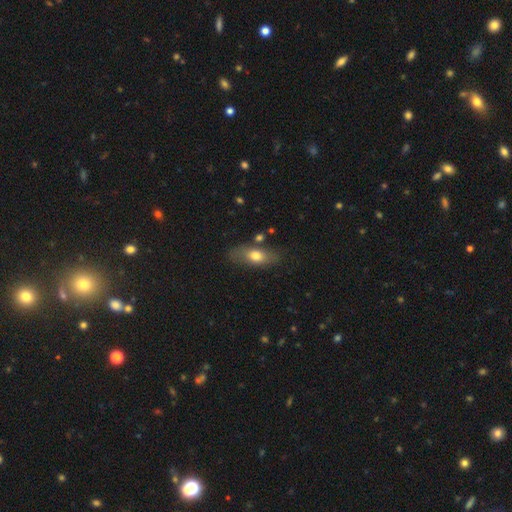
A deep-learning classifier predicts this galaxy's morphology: smooth-or-featured: smooth: 70% | featured or disk: 23% | star or artifact: 7%
  how-rounded: in between: 79% | cigar-shaped: 15% | round: 6%
  merging: none: 72% | minor disturbance: 17% | merger: 5% | major disturbance: 5%